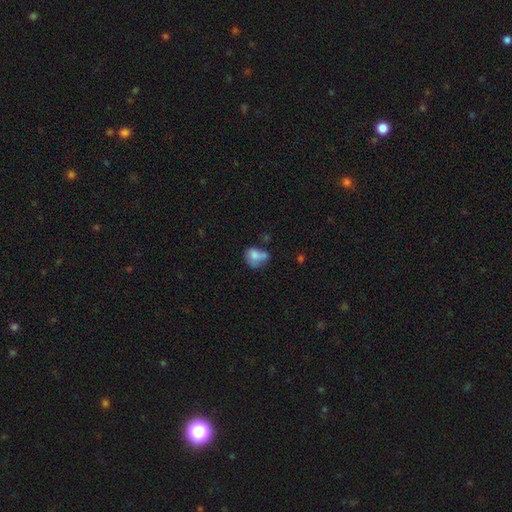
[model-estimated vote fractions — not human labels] smooth-or-featured: smooth: 72% | featured or disk: 18% | star or artifact: 10%
  how-rounded: in between: 56% | round: 43% | cigar-shaped: 1%
  merging: none: 29% | merger: 26% | minor disturbance: 26% | major disturbance: 19%